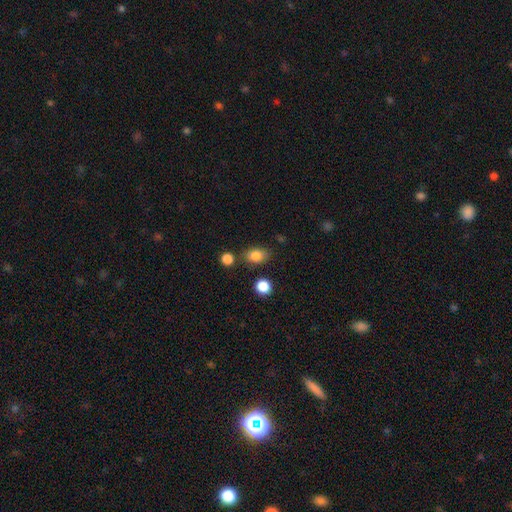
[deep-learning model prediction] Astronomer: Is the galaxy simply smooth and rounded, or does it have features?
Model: smooth — 84%.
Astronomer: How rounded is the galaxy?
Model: in between — 68%.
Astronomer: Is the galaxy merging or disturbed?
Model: none — 73%.